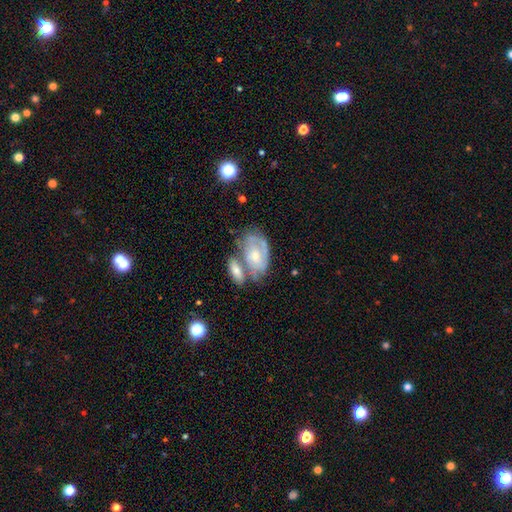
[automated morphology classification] smooth_or_featured: featured or disk (p=0.66) [alt: smooth p=0.27]
disk_edge_on: no (p=0.93) [alt: yes p=0.07]
bar: no (p=0.73) [alt: weak p=0.22]
has_spiral_arms: yes (p=0.73) [alt: no p=0.27]
bulge_size: small (p=0.47) [alt: moderate p=0.45]
merging: merger (p=0.39) [alt: none p=0.36]